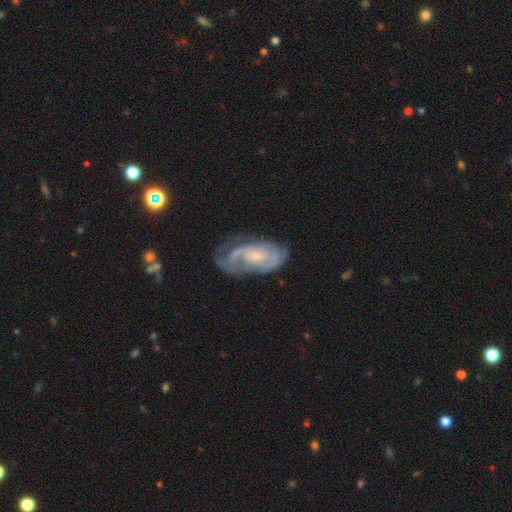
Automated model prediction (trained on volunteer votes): featured or disk 76%, smooth 17%, star or artifact 7%. Down the decision tree: edge-on disk — no (95%); bar — no (63%); spiral arms — yes (86%); spiral arm count — 2 (41%); spiral winding — tight (48%); bulge size — small (67%); merging — none (54%).